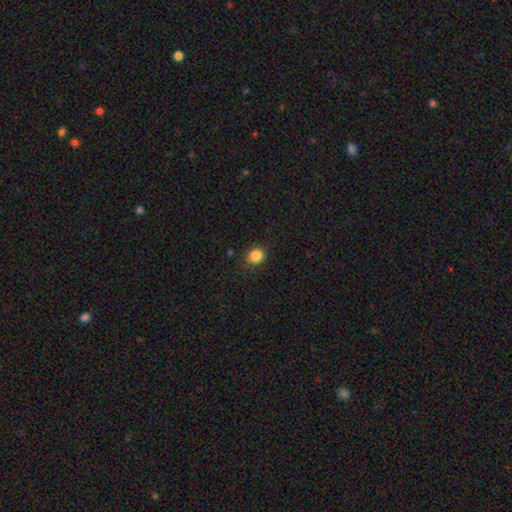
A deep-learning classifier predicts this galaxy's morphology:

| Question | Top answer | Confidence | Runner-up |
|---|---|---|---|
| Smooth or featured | smooth | 85% | star or artifact (12%) |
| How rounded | round | 82% | in between (17%) |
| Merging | none | 85% | minor disturbance (11%) |